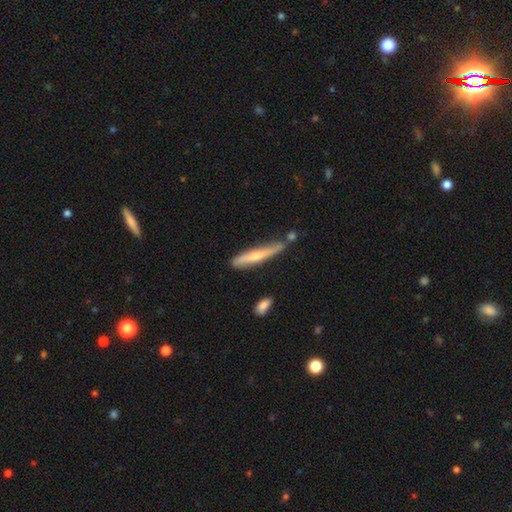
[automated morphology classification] Smooth or featured? Predicted: smooth (p=0.50). Merging? Predicted: none (p=0.67).